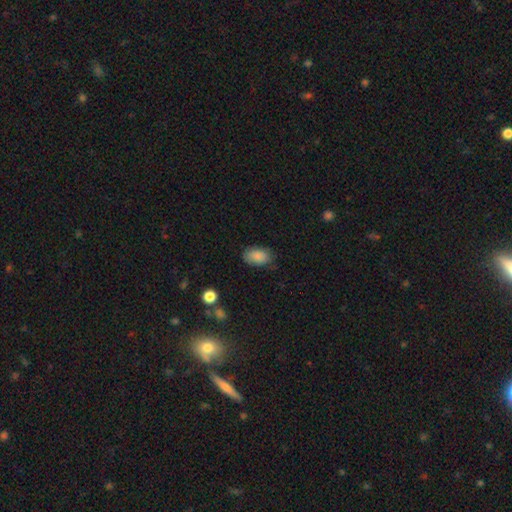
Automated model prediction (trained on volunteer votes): smooth-or-featured: smooth: 86% | star or artifact: 8% | featured or disk: 6%
  how-rounded: in between: 88% | round: 11% | cigar-shaped: 1%
  merging: none: 76% | minor disturbance: 18% | major disturbance: 4% | merger: 2%